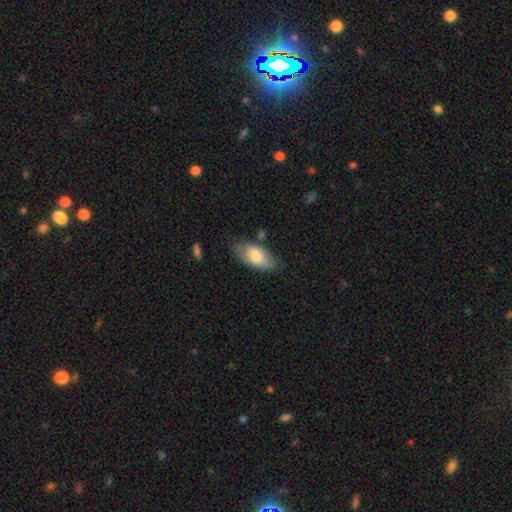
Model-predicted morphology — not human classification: Smooth or featured?
  - smooth: 77% *
  - featured or disk: 17%
  - star or artifact: 6%
How rounded?
  - in between: 89% *
  - cigar-shaped: 8%
  - round: 2%
Merging?
  - none: 74% *
  - minor disturbance: 19%
  - major disturbance: 4%
  - merger: 3%